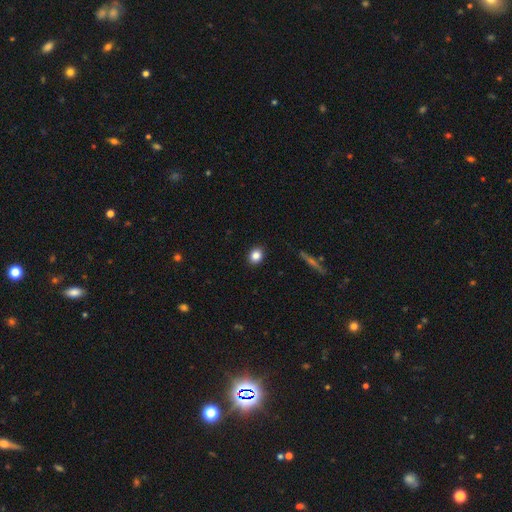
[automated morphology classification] This is clearly a smooth galaxy (83%). How rounded: possibly round (58%). Merging: clearly none (91%).